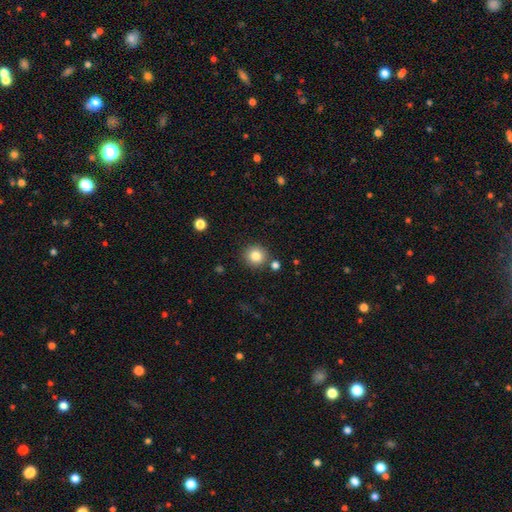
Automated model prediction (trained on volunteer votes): smooth-or-featured: smooth: 83% | star or artifact: 10% | featured or disk: 6%
  how-rounded: round: 92% | in between: 7% | cigar-shaped: 1%
  merging: none: 84% | minor disturbance: 8% | merger: 6% | major disturbance: 2%